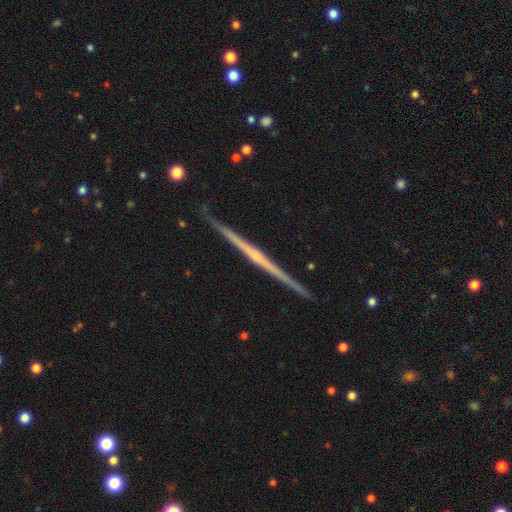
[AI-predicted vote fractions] Morphology: type=featured or disk (80%); edge-on=yes (98%); edge-on bulge=none (59%); merging=none (89%).